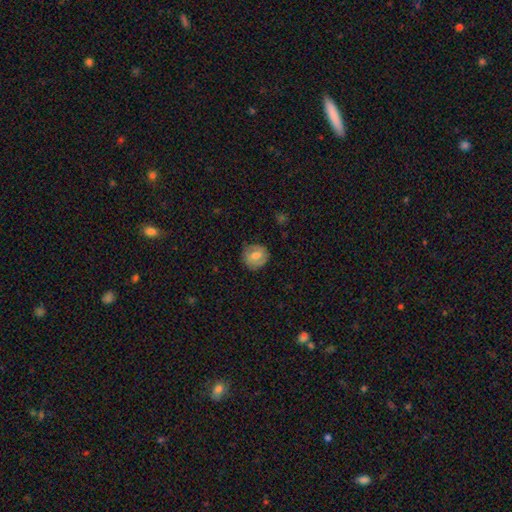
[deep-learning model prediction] Q: Smooth or featured?
A: smooth (60%); runner-up: featured or disk (32%)
Q: How rounded?
A: round (81%); runner-up: in between (18%)
Q: Merging?
A: none (77%); runner-up: minor disturbance (17%)